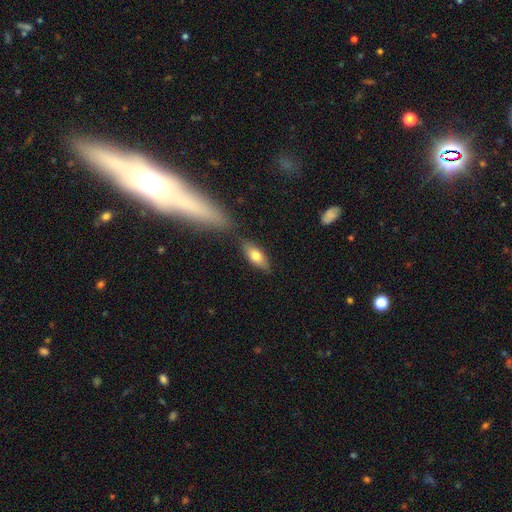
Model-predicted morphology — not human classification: This appears to be a smooth galaxy with no disk features (72%) that is in between round and cigar-shaped (78%). Merging: none (74%).